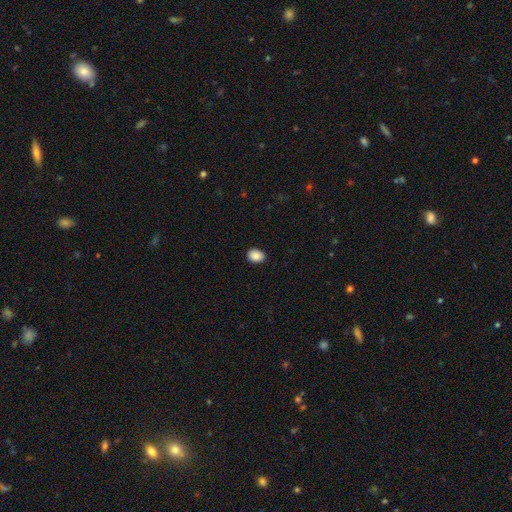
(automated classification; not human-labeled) This is clearly a smooth galaxy (89%). How rounded: likely in between (68%). Merging: clearly none (88%).